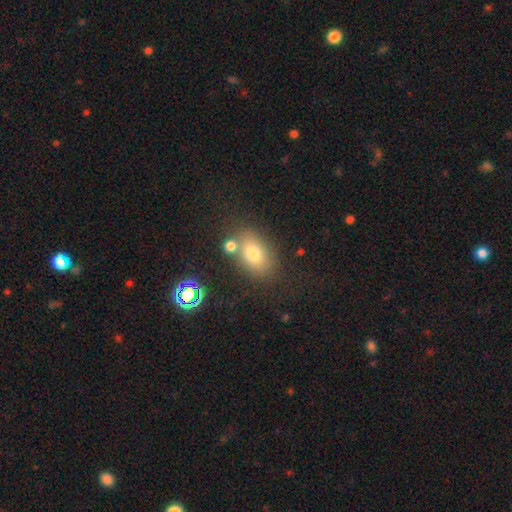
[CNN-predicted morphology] Smooth or featured? Predicted: smooth (p=0.68). How rounded? Predicted: in between (p=0.70). Merging? Predicted: none (p=0.70).